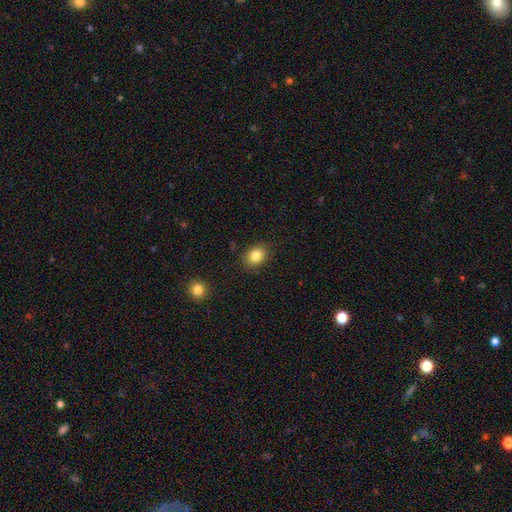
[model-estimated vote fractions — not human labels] smooth 84%, star or artifact 10%, featured or disk 6%. Down the decision tree: how rounded — in between (51%); merging — none (87%).